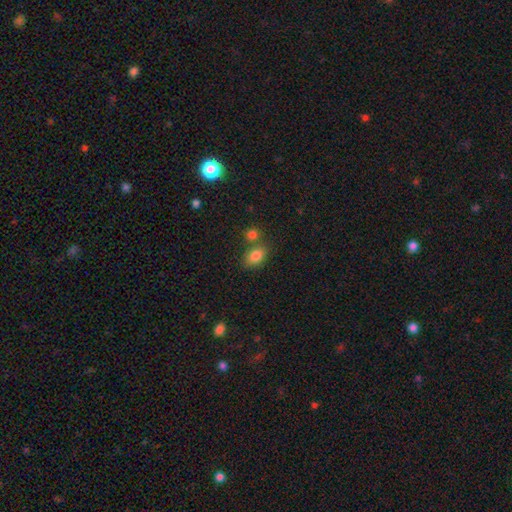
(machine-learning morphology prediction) This appears to be a smooth galaxy with no disk features (83%) that is in between round and cigar-shaped (80%). Merging: none (61%).